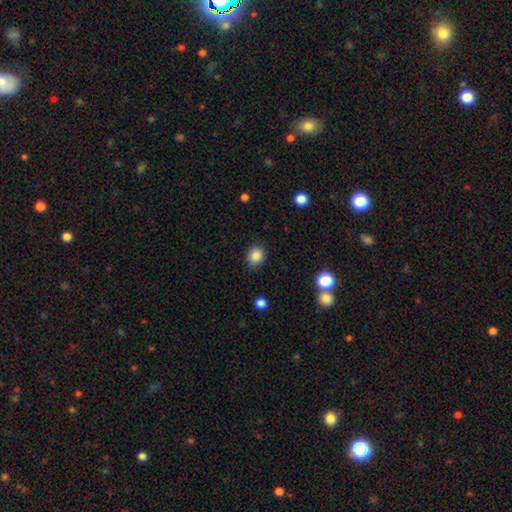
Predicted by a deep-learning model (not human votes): Smooth or featured?
  - smooth: 86% *
  - star or artifact: 10%
  - featured or disk: 4%
How rounded?
  - round: 75% *
  - in between: 24%
  - cigar-shaped: 1%
Merging?
  - none: 88% *
  - minor disturbance: 9%
  - major disturbance: 2%
  - merger: 1%